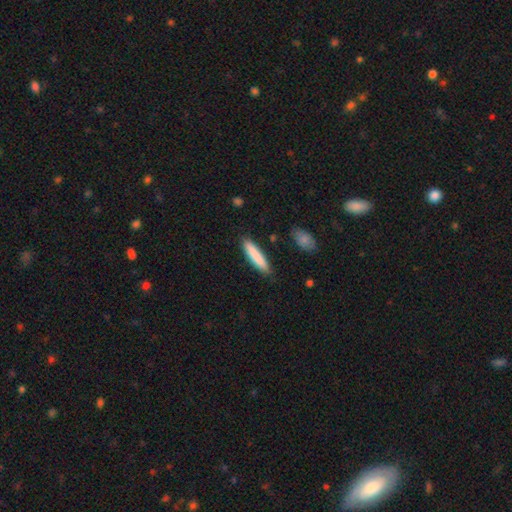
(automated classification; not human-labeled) smooth_or_featured: smooth (p=0.84) [alt: featured or disk p=0.11]
how_rounded: cigar-shaped (p=0.85) [alt: in between p=0.14]
merging: none (p=0.88) [alt: minor disturbance p=0.09]